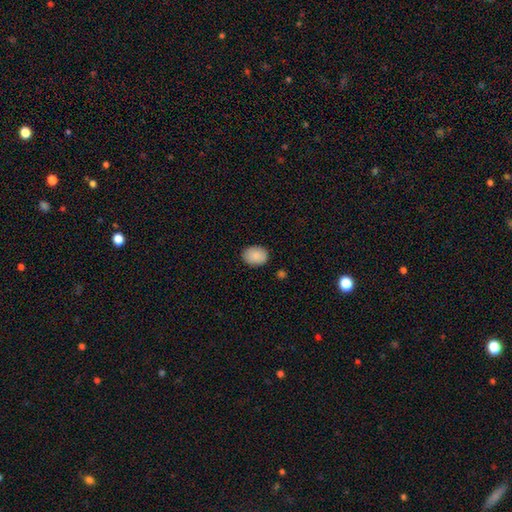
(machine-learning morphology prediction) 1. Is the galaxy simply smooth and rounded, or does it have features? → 90% smooth, 7% star or artifact, 3% featured or disk.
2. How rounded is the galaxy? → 63% in between, 36% round, 1% cigar-shaped.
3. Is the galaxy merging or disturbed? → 88% none, 9% minor disturbance, 2% major disturbance, 1% merger.